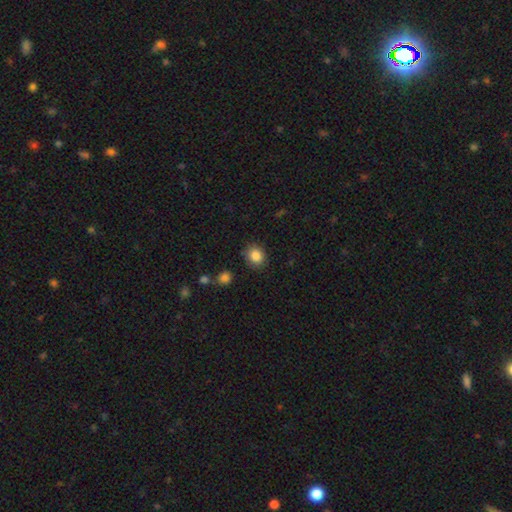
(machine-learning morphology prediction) smooth 86%, star or artifact 9%, featured or disk 5%. Down the decision tree: how rounded — round (70%); merging — none (83%).